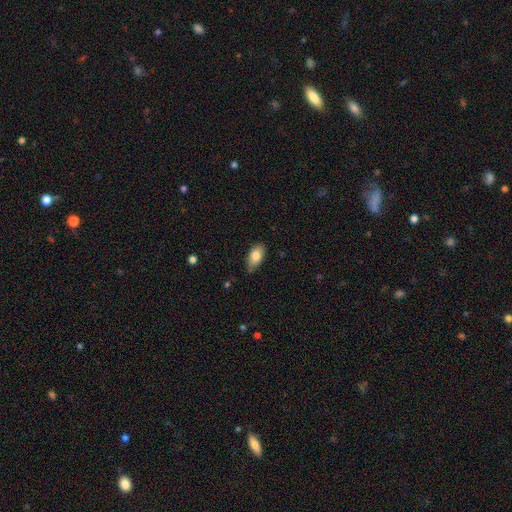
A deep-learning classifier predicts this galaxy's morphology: Q: Smooth or featured?
A: smooth (81%); runner-up: featured or disk (12%)
Q: How rounded?
A: in between (92%); runner-up: round (4%)
Q: Merging?
A: none (76%); runner-up: minor disturbance (19%)